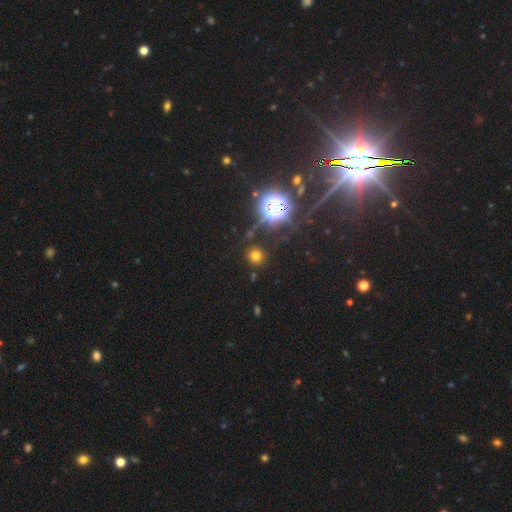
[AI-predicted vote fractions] Smooth or featured? smooth (63%)
How rounded? round (90%)
Merging? none (86%)